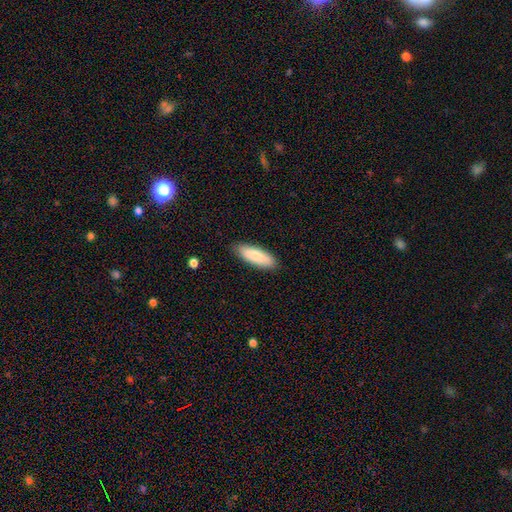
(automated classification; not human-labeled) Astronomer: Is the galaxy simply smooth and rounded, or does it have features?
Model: smooth — 83%.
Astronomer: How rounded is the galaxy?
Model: in between — 54% (runner-up: cigar-shaped, 44%).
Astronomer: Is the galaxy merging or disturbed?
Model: none — 87%.